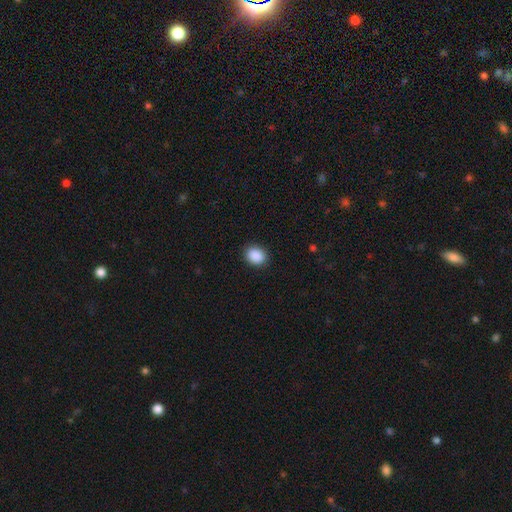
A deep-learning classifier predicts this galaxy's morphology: smooth_or_featured: smooth (p=0.90) [alt: star or artifact p=0.08]
how_rounded: round (p=0.51) [alt: in between p=0.48]
merging: none (p=0.89) [alt: minor disturbance p=0.08]